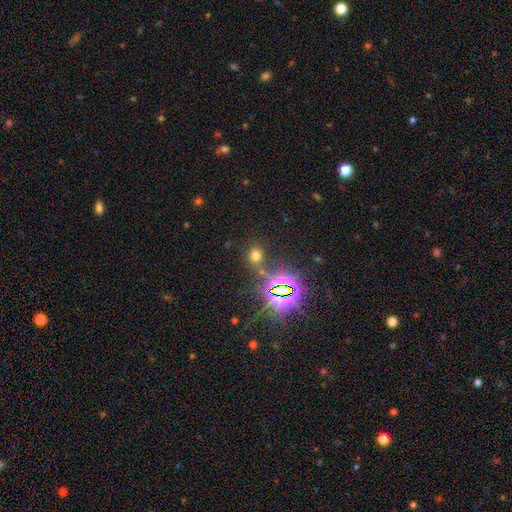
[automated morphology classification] This is possibly a smooth galaxy (54%). How rounded: likely round (70%). Merging: likely none (74%).